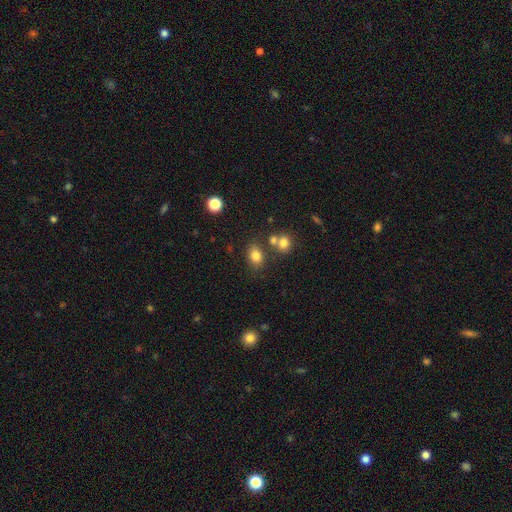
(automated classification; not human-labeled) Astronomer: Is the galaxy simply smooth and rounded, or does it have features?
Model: smooth — 80%.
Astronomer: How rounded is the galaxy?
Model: in between — 65%.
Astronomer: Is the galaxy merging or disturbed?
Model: none — 68%.